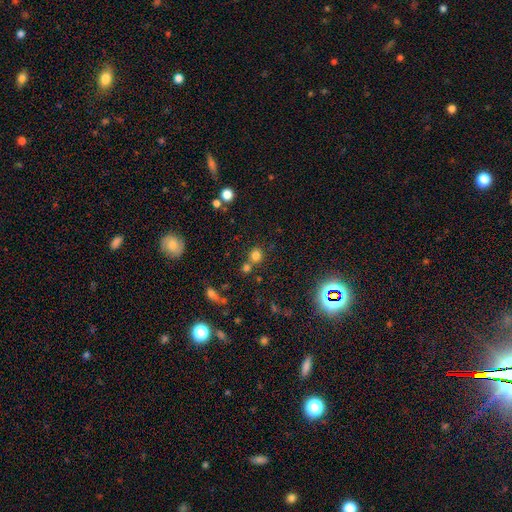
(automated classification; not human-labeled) Morphology: type=smooth (76%); roundness=round (84%); merging=none (63%).